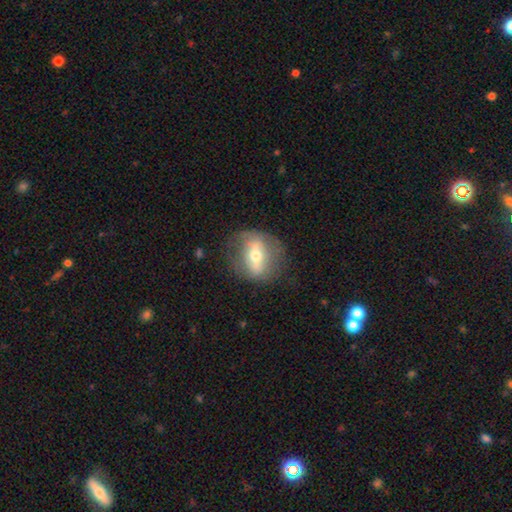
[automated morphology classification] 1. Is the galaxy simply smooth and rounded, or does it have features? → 59% featured or disk, 32% smooth, 8% star or artifact.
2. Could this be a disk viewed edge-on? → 75% no, 25% yes.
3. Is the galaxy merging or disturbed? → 73% none, 17% minor disturbance, 9% major disturbance, 2% merger.